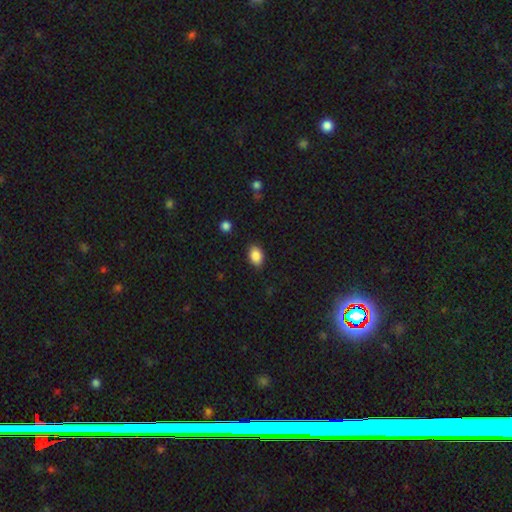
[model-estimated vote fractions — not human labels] Smooth or featured? Predicted: smooth (p=0.87). How rounded? Predicted: in between (p=0.81). Merging? Predicted: none (p=0.85).